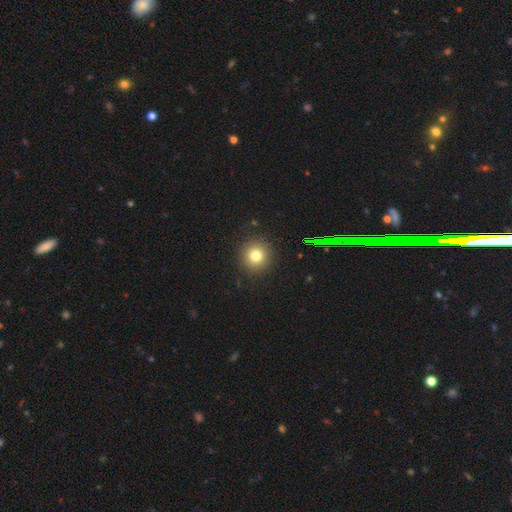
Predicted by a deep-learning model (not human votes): smooth 78%, star or artifact 14%, featured or disk 8%. Down the decision tree: how rounded — round (94%); merging — none (91%).